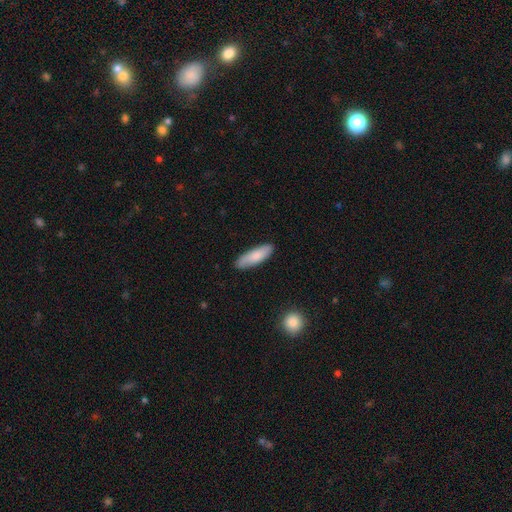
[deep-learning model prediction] Smooth or featured? smooth (81%)
How rounded? in between (54%)
Merging? none (86%)